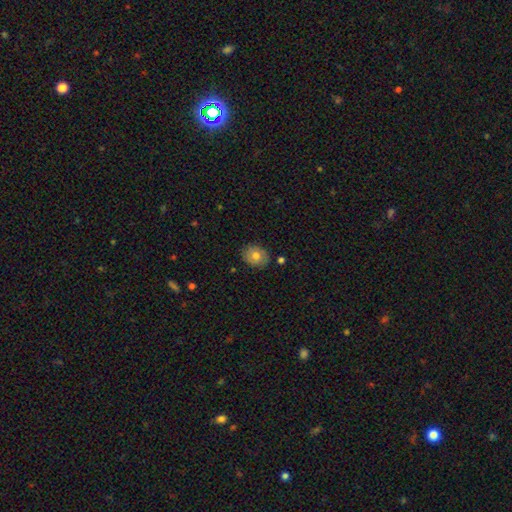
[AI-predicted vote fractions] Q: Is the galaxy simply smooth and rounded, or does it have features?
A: smooth — 76%.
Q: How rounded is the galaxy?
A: round — 50%.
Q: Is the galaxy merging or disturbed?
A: none — 84%.